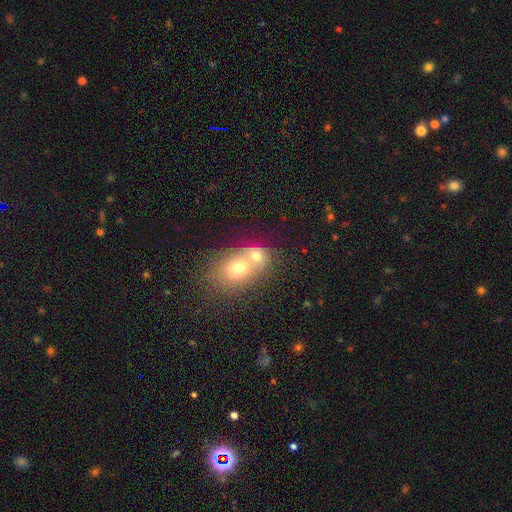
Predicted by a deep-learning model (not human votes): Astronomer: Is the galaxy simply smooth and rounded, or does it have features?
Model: smooth — 67%.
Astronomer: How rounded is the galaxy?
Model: round — 51% (runner-up: in between, 48%).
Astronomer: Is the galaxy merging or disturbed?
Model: merger — 65%.